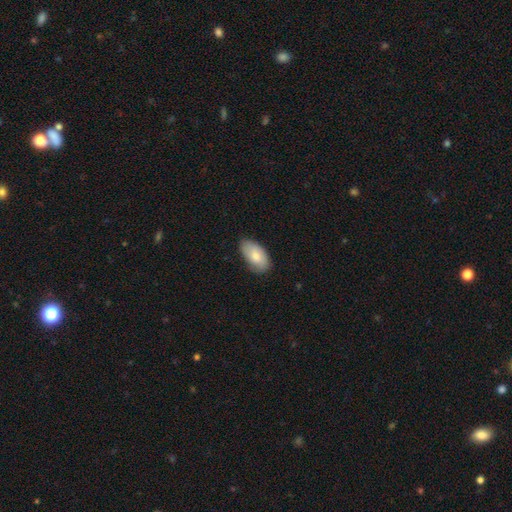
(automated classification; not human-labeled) Smooth or featured?
  - smooth: 75% *
  - featured or disk: 19%
  - star or artifact: 6%
How rounded?
  - in between: 95% *
  - round: 3%
  - cigar-shaped: 2%
Merging?
  - none: 75% *
  - minor disturbance: 21%
  - major disturbance: 3%
  - merger: 1%